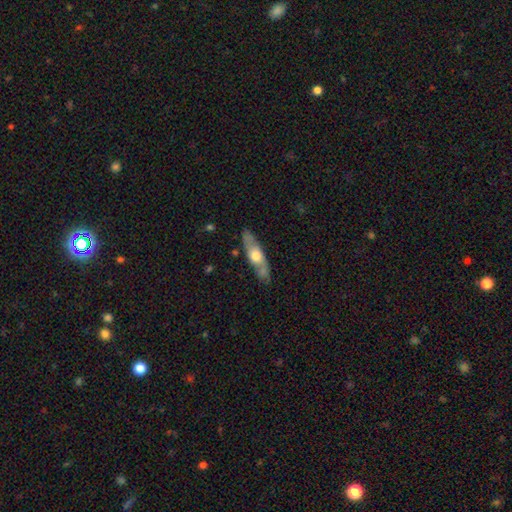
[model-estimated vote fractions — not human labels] Smooth or featured? Predicted: featured or disk (p=0.51). Edge-on disk? Predicted: yes (p=0.60). Merging? Predicted: none (p=0.80).